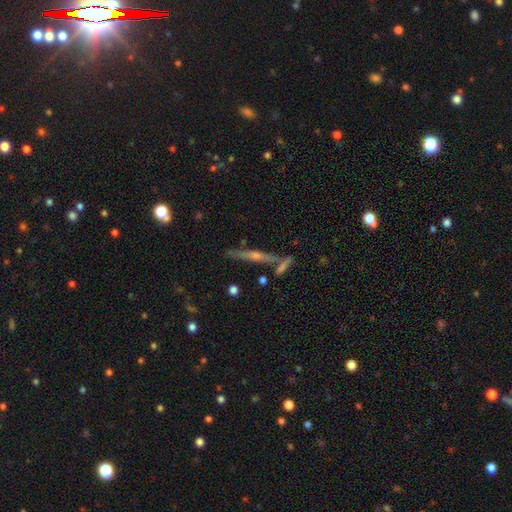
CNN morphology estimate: Smooth or featured? Predicted: featured or disk (p=0.72). Edge-on disk? Predicted: yes (p=0.96). Edge-on bulge? Predicted: rounded (p=0.72). Merging? Predicted: none (p=0.78).